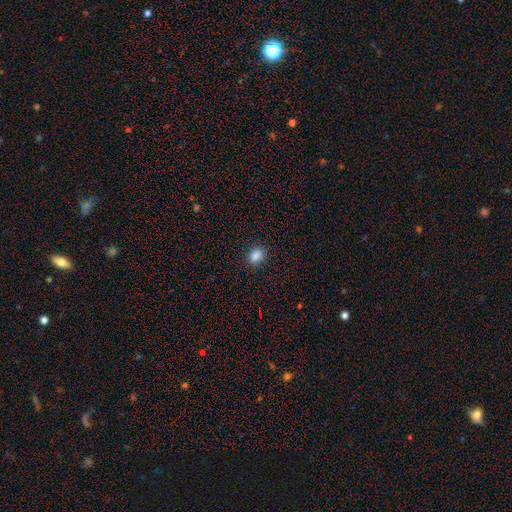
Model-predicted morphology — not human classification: The model was most divided on "how rounded": round: 59%, in between: 40%, cigar-shaped: 1%. More confident: merging — none (89%); smooth or featured — smooth (85%).